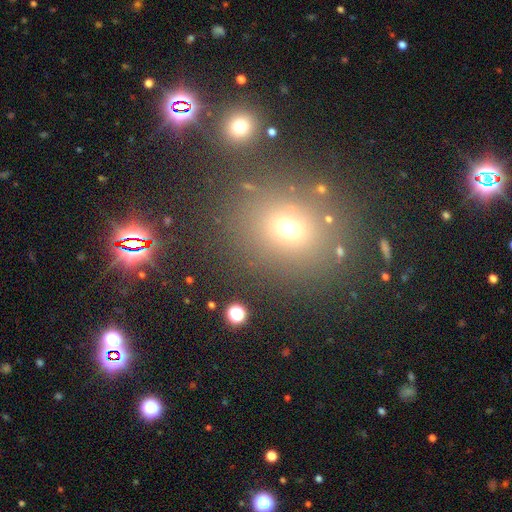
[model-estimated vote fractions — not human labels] Smooth or featured? Predicted: smooth (p=0.53). How rounded? Predicted: round (p=0.71). Merging? Predicted: none (p=0.82).